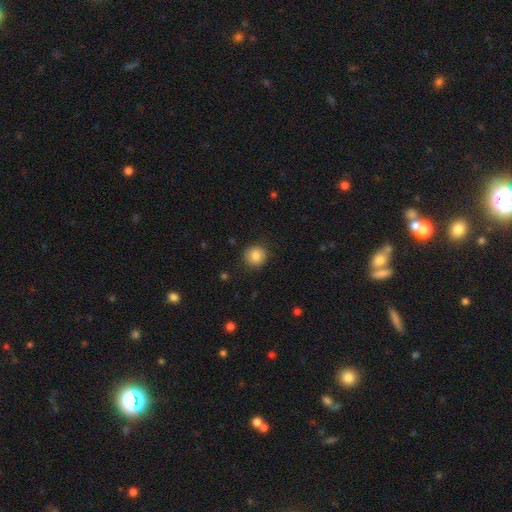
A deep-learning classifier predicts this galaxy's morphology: Overall: smooth (84%). How rounded: round (91%). Merging: none (87%).